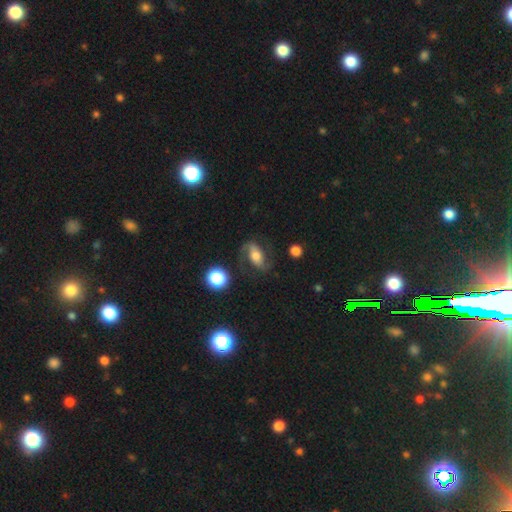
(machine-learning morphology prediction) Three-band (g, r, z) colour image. It shows a featured or disk galaxy (67%) with no bar (41%), 2 (88%) loose (45%) spiral arms (91%) and a moderate central bulge (56%). Merging: none (67%).